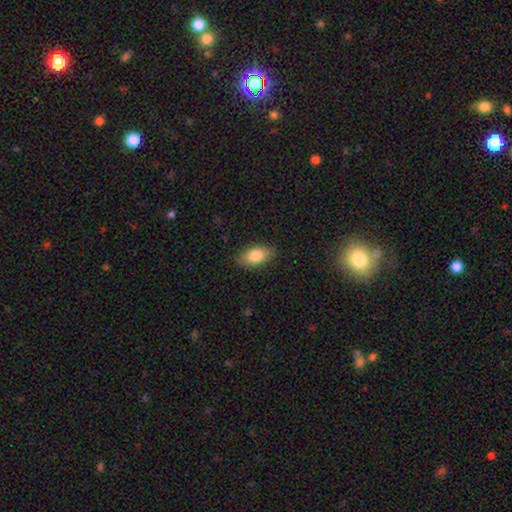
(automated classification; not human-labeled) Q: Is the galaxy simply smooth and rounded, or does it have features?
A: smooth — 82%.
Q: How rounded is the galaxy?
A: in between — 90%.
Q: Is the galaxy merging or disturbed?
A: none — 87%.